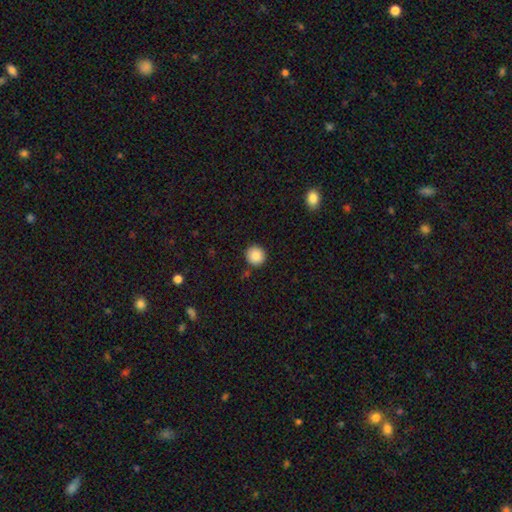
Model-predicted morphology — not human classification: smooth 87%, star or artifact 9%, featured or disk 5%. Down the decision tree: how rounded — round (91%); merging — none (87%).